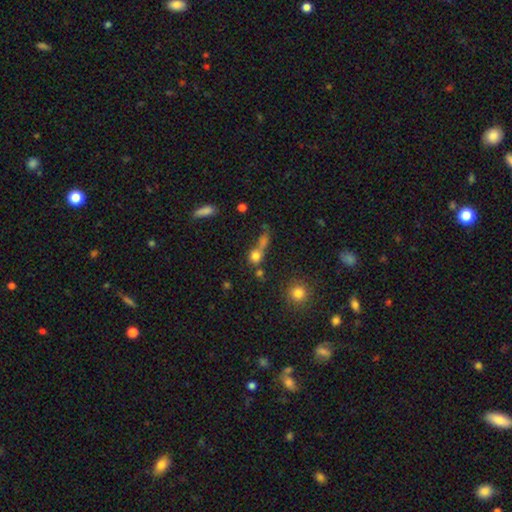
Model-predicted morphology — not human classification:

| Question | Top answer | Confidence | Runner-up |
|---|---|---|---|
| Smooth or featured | smooth | 73% | star or artifact (15%) |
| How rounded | round | 79% | in between (17%) |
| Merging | merger | 45% | none (38%) |